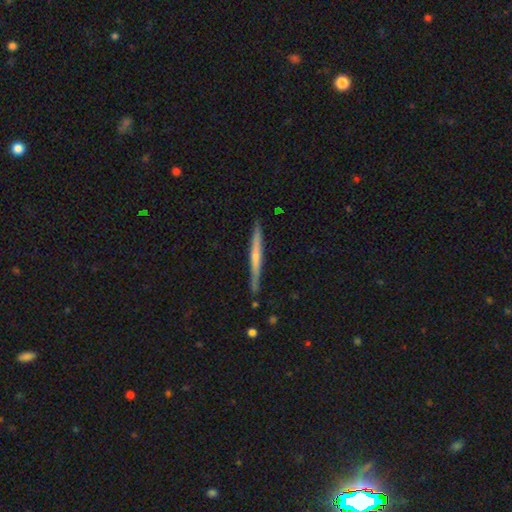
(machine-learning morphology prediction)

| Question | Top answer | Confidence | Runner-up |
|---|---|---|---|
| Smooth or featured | featured or disk | 53% | smooth (41%) |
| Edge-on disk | yes | 97% | no (3%) |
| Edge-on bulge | none | 55% | rounded (36%) |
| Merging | none | 88% | minor disturbance (9%) |